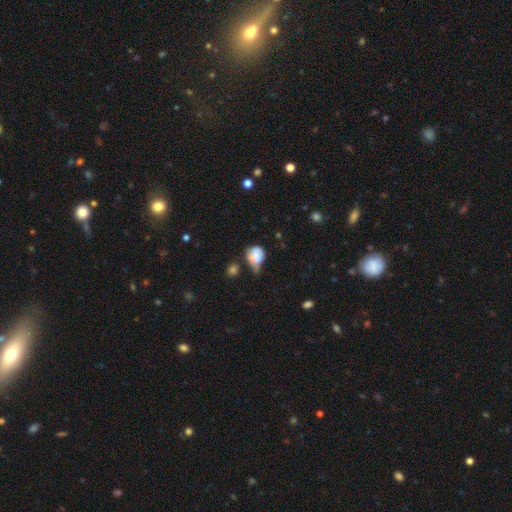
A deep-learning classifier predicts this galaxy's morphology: type=smooth (76%); roundness=round (61%); merging=minor disturbance (40%).